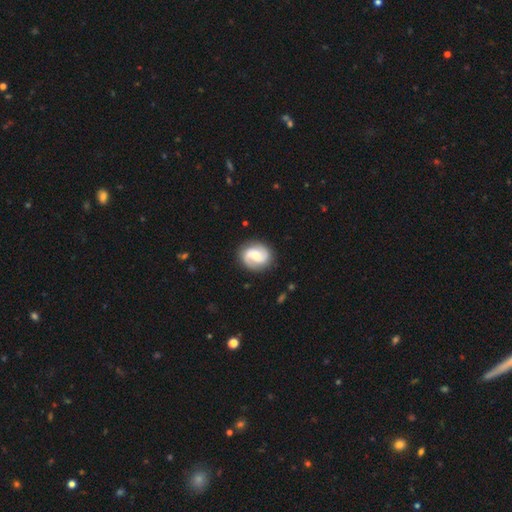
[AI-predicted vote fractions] Smooth or featured? featured or disk (77%)
Edge-on disk? no (98%)
Bar? no (48%)
Spiral arms? yes (95%)
Spiral winding? medium (46%)
Spiral arm count? 2 (89%)
Bulge size? moderate (54%)
Merging? none (85%)